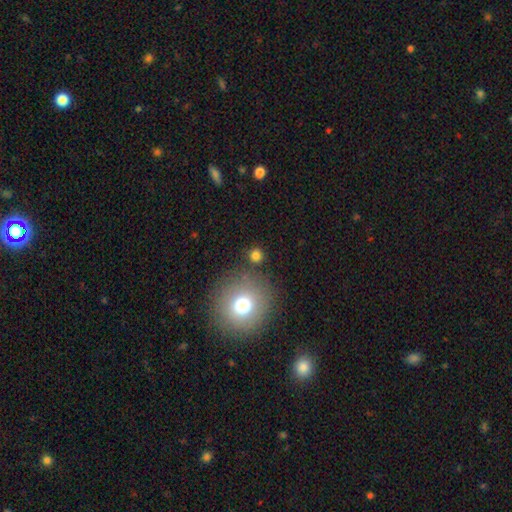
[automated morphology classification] This is likely a smooth galaxy (76%). How rounded: clearly round (91%). Merging: clearly none (82%).